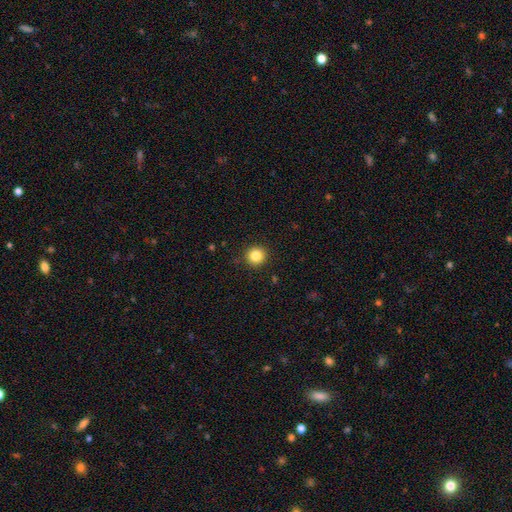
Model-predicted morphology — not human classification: The model was most divided on "smooth or featured": smooth: 84%, star or artifact: 11%, featured or disk: 5%. More confident: how rounded — round (95%); merging — none (92%).